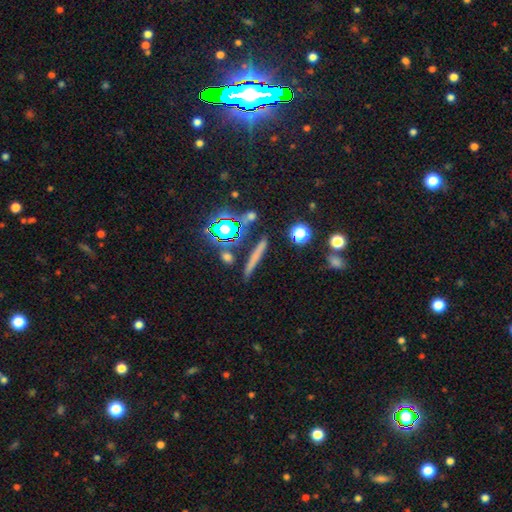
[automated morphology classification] Smooth or featured?
  - smooth: 57% *
  - featured or disk: 24%
  - star or artifact: 19%
How rounded?
  - cigar-shaped: 84% *
  - round: 9%
  - in between: 6%
Merging?
  - none: 83% *
  - minor disturbance: 9%
  - merger: 5%
  - major disturbance: 3%